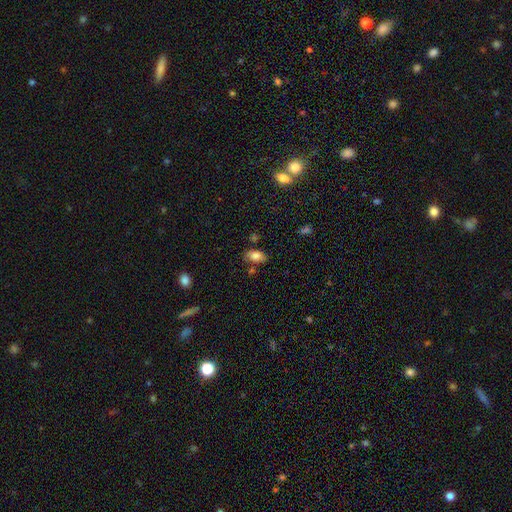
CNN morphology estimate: Overall: smooth (80%). How rounded: in between (90%). Merging: none (68%).